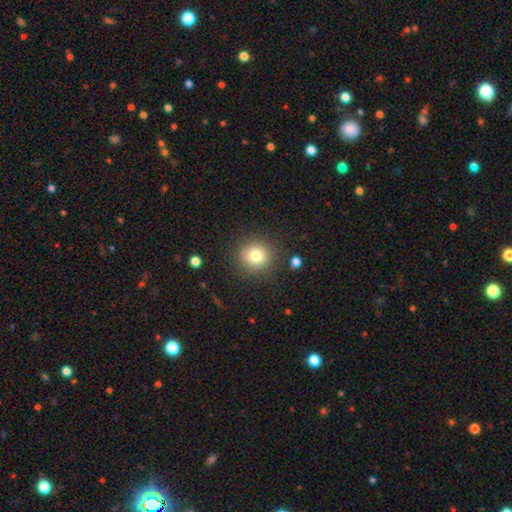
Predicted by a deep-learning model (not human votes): This appears to be a smooth galaxy with no disk features (78%) that is round (92%). Merging: none (88%).